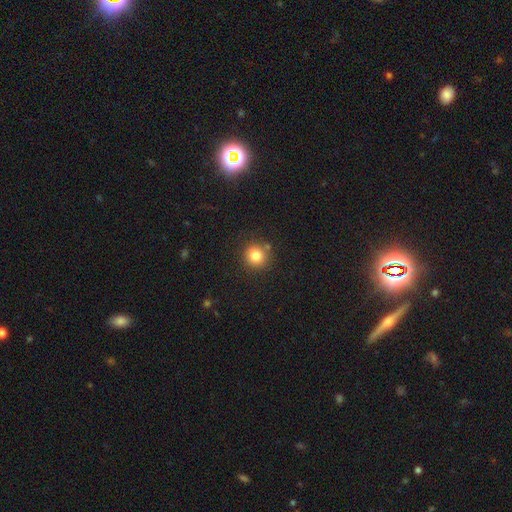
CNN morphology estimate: A smooth galaxy with no disk features (82%) that is round (92%). Merging: none (85%).